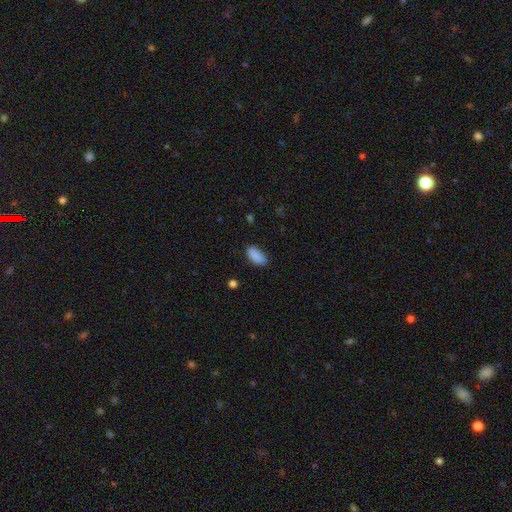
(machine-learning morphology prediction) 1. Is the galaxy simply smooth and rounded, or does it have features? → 89% smooth, 8% star or artifact, 3% featured or disk.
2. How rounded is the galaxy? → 90% in between, 8% cigar-shaped, 2% round.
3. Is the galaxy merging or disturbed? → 80% none, 15% minor disturbance, 3% major disturbance, 1% merger.